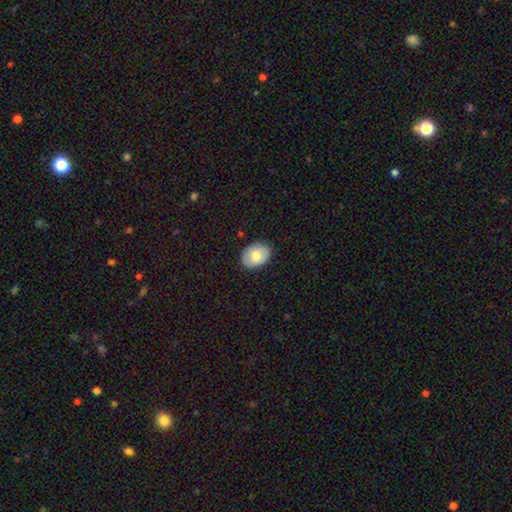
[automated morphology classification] Smooth or featured: smooth — 77% (featured or disk — 16%)
How rounded: in between — 76% (round — 23%)
Merging: none — 86% (minor disturbance — 10%)